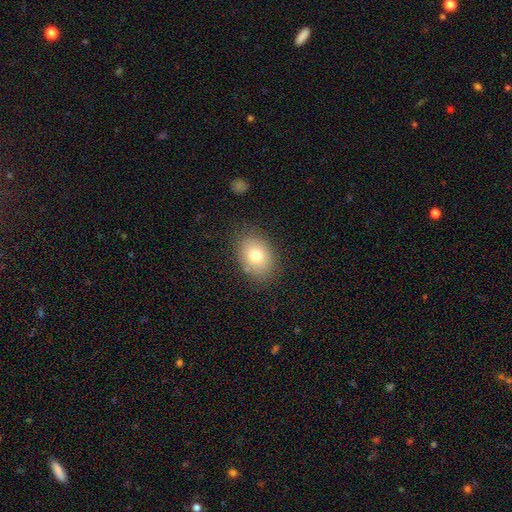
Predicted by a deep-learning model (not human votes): smooth_or_featured: smooth (p=0.76) [alt: featured or disk p=0.14]
how_rounded: in between (p=0.67) [alt: round p=0.32]
merging: none (p=0.83) [alt: minor disturbance p=0.12]